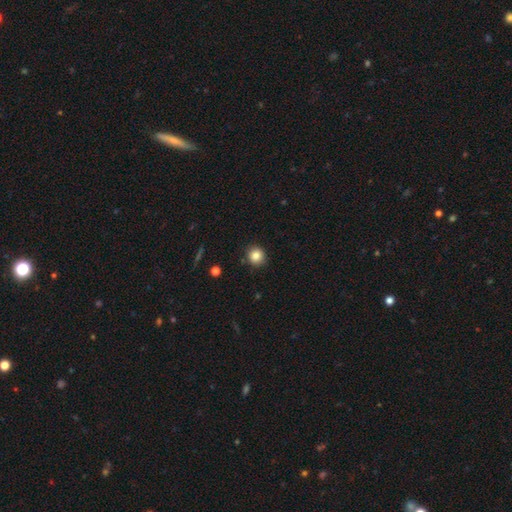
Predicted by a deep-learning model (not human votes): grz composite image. It shows a smooth galaxy with no disk features (85%) that is round (89%). Merging: none (89%).